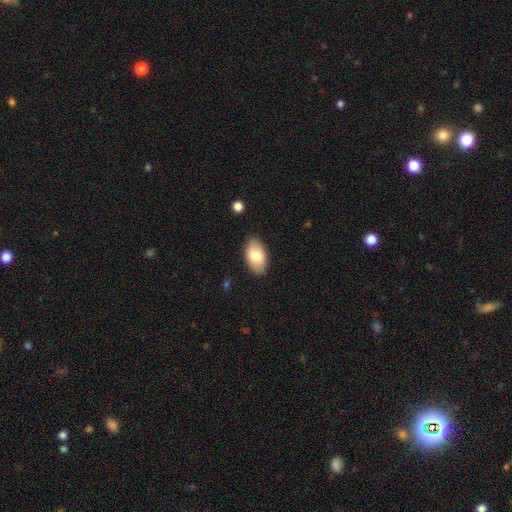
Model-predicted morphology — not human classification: Q: Smooth or featured?
A: smooth (77%); runner-up: featured or disk (17%)
Q: How rounded?
A: in between (94%); runner-up: round (5%)
Q: Merging?
A: none (86%); runner-up: minor disturbance (11%)